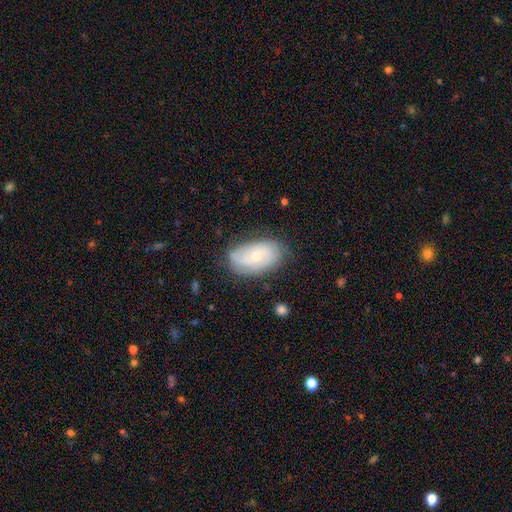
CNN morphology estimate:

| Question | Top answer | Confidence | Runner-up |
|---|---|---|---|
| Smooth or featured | featured or disk | 52% | smooth (40%) |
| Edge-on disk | no | 95% | yes (5%) |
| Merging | none | 72% | minor disturbance (21%) |